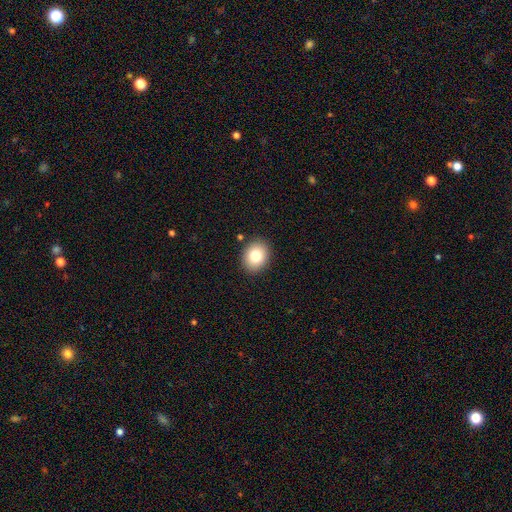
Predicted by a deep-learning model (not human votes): smooth 80%, featured or disk 11%, star or artifact 9%. Down the decision tree: how rounded — in between (51%); merging — none (89%).